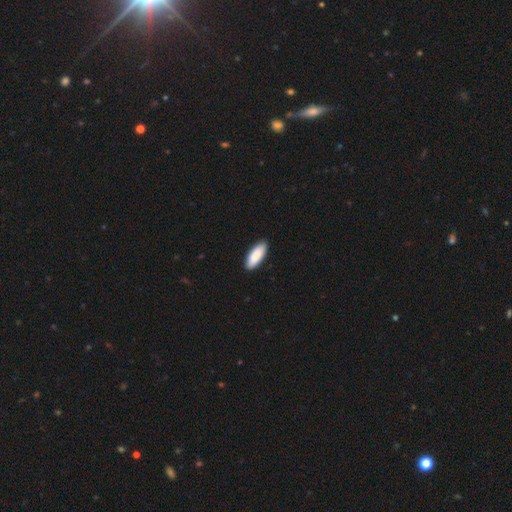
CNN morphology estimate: A smooth galaxy with no disk features (90%) that is in between round and cigar-shaped (75%). Merging: none (90%).